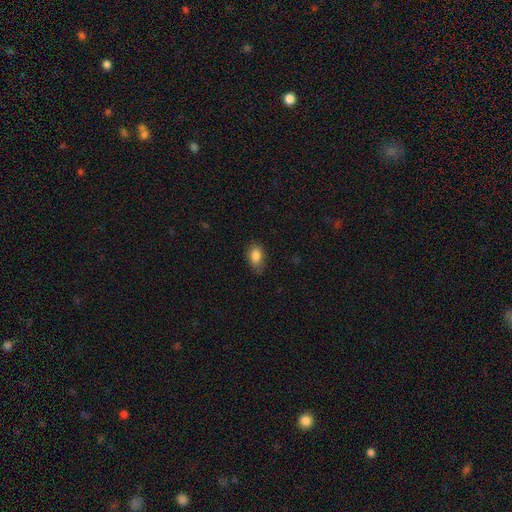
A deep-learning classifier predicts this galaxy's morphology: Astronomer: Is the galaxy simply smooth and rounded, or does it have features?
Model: smooth — 86%.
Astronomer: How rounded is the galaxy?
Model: in between — 86%.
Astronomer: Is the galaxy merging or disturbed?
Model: none — 73%.